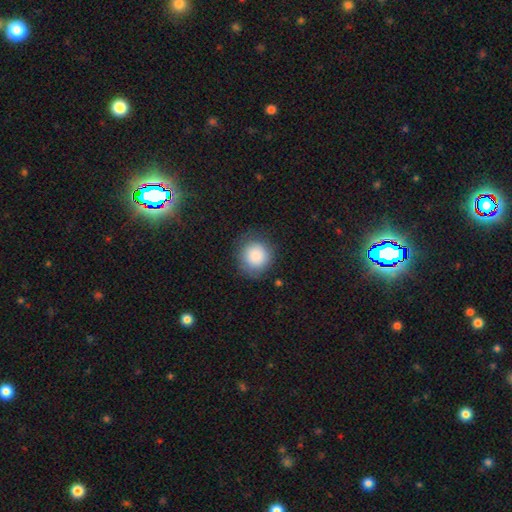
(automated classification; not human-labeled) smooth 87%, star or artifact 8%, featured or disk 5%. Down the decision tree: how rounded — round (89%); merging — none (82%).